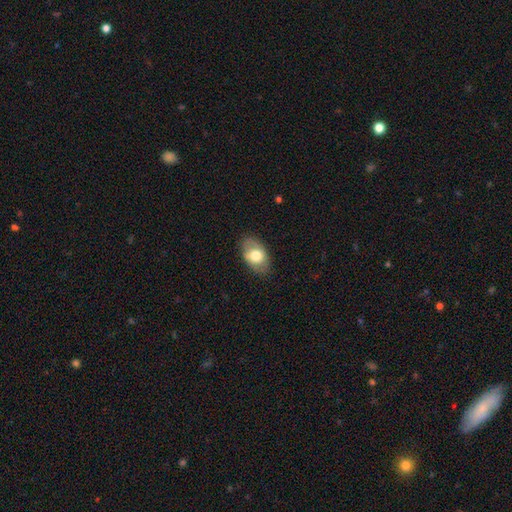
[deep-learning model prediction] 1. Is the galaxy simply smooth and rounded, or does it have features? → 67% smooth, 27% featured or disk, 7% star or artifact.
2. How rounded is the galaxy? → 88% in between, 10% round, 1% cigar-shaped.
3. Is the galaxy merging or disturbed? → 80% none, 15% minor disturbance, 4% major disturbance, 1% merger.